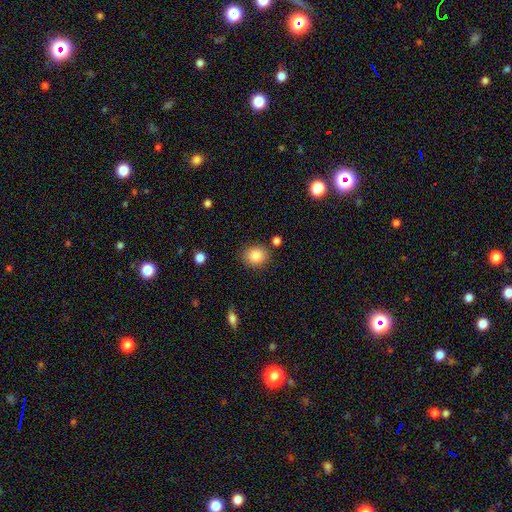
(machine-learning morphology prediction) Overall: smooth (85%). How rounded: round (68%; in between 31%). Merging: none (82%).